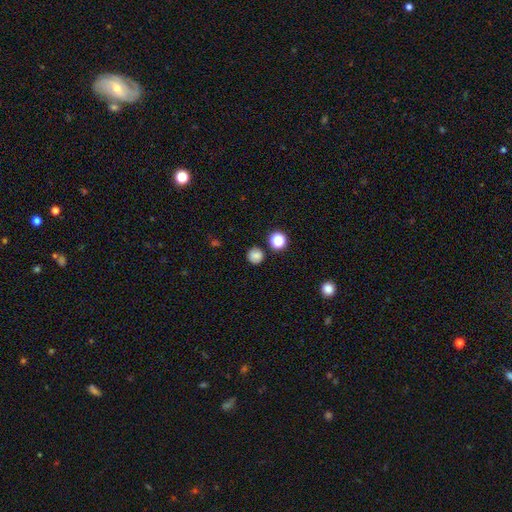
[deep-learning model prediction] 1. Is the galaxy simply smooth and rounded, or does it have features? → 81% smooth, 14% star or artifact, 5% featured or disk.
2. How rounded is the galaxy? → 92% round, 7% in between, 1% cigar-shaped.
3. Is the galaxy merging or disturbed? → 84% none, 9% minor disturbance, 4% merger, 3% major disturbance.